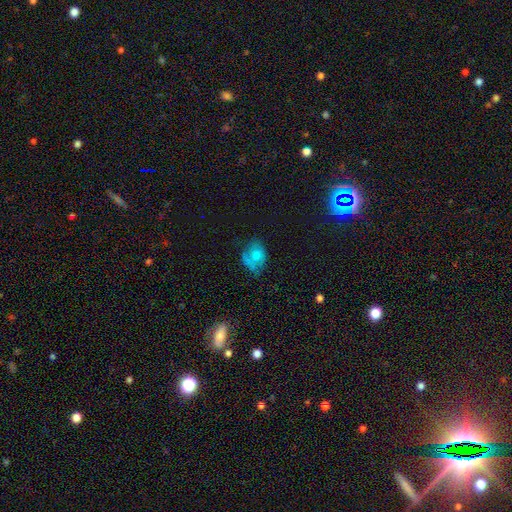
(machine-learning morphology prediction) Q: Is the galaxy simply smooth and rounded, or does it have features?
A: smooth — 53%.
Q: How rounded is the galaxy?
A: in between — 62%.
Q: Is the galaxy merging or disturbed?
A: none — 40%.